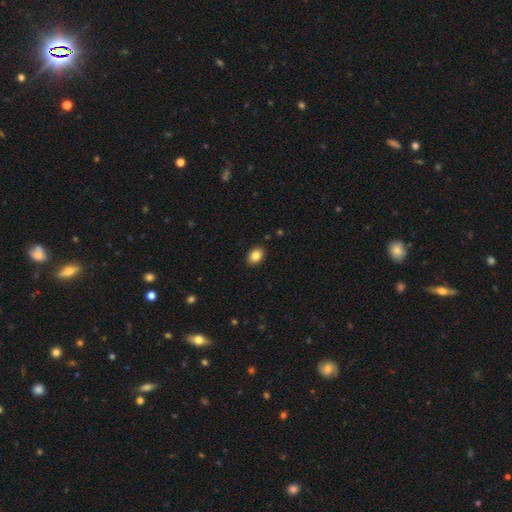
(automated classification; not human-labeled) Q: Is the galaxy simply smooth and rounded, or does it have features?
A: smooth — 84%.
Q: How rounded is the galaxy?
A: in between — 77%.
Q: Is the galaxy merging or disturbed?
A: none — 89%.